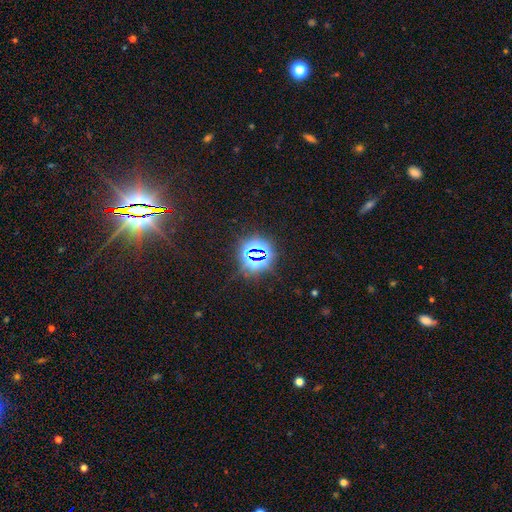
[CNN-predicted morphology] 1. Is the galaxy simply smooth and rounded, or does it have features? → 78% star or artifact, 14% smooth, 8% featured or disk.